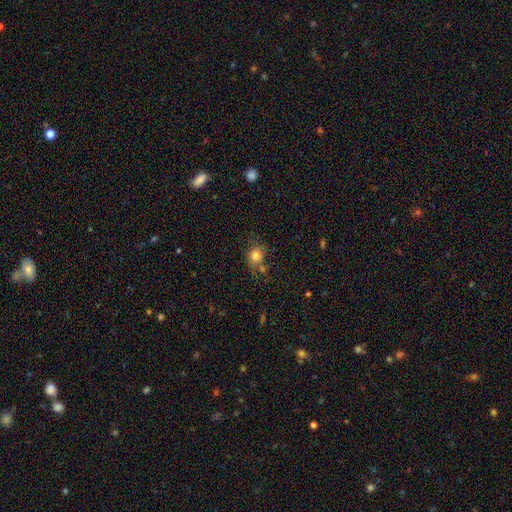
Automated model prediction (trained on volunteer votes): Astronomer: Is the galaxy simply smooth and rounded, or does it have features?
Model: smooth — 79%.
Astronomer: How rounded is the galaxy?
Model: round — 70%.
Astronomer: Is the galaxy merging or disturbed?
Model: none — 62%.